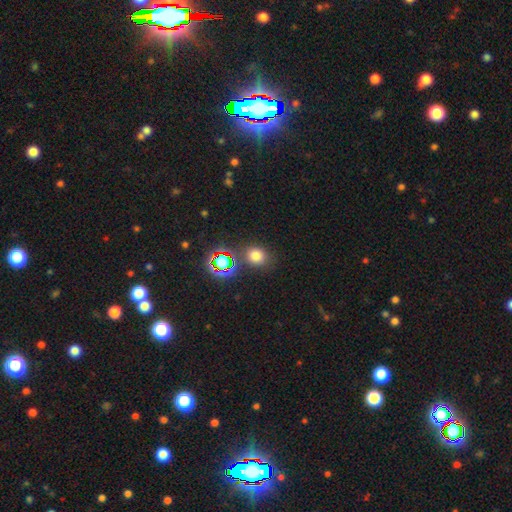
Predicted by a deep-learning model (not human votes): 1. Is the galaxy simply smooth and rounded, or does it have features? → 71% smooth, 23% star or artifact, 6% featured or disk.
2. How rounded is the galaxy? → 65% round, 34% in between, 1% cigar-shaped.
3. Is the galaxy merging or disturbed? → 79% none, 11% minor disturbance, 6% merger, 4% major disturbance.